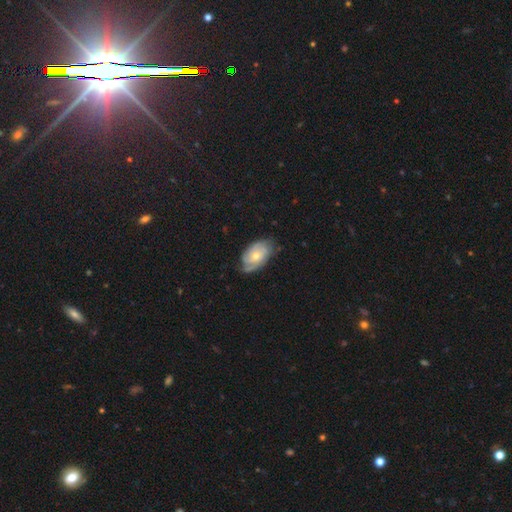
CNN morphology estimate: smooth-or-featured: featured or disk: 69% | smooth: 25% | star or artifact: 6%
  disk-edge-on: no: 95% | yes: 5%
    bar: no: 77% | weak: 20% | strong: 3%
    has-spiral-arms: yes: 90% | no: 10%
      spiral-winding: tight: 59% | medium: 29% | loose: 12%
      spiral-arm-count: can't tell: 34% | 2: 33% | 3: 16% | 1: 8% | 4: 5% | more than 4: 4%
    bulge-size: moderate: 50% | small: 46% | large: 2% | none: 1% | dominant: 1%
  merging: none: 66% | minor disturbance: 25% | major disturbance: 7% | merger: 1%